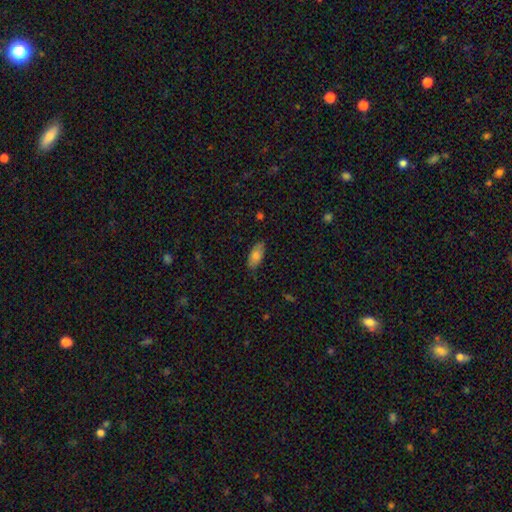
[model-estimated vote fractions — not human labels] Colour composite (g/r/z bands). It shows a smooth galaxy with no disk features (79%) that is in between round and cigar-shaped (88%). Merging: none (82%).